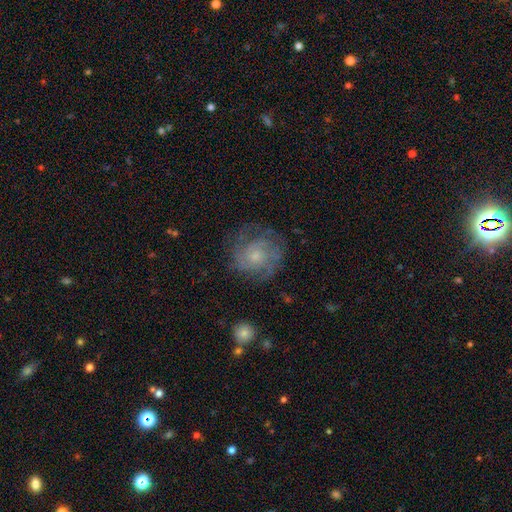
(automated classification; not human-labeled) Smooth or featured? Predicted: featured or disk (p=0.71). Edge-on disk? Predicted: no (p=0.98). Bar? Predicted: no (p=0.77). Spiral arms? Predicted: yes (p=0.89). Spiral winding? Predicted: tight (p=0.55). Spiral arm count? Predicted: can't tell (p=0.35). Bulge size? Predicted: small (p=0.54). Merging? Predicted: none (p=0.68).